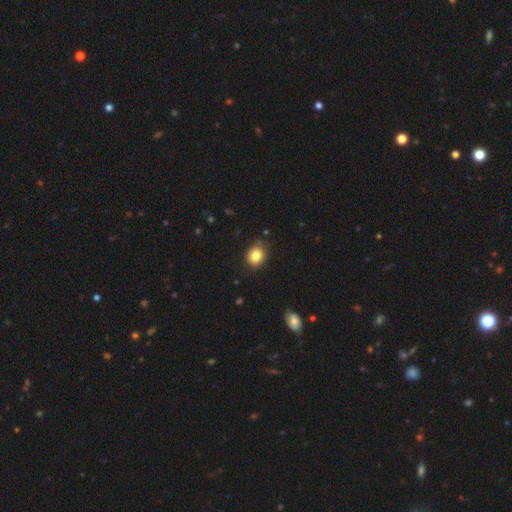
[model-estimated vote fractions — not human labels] smooth_or_featured: smooth (p=0.83) [alt: star or artifact p=0.10]
how_rounded: round (p=0.63) [alt: in between p=0.36]
merging: none (p=0.83) [alt: minor disturbance p=0.13]